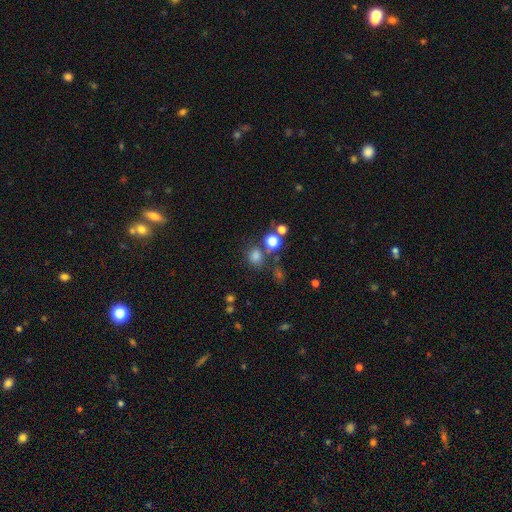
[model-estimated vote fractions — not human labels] smooth 75%, star or artifact 19%, featured or disk 6%. Down the decision tree: how rounded — round (79%); merging — none (69%).